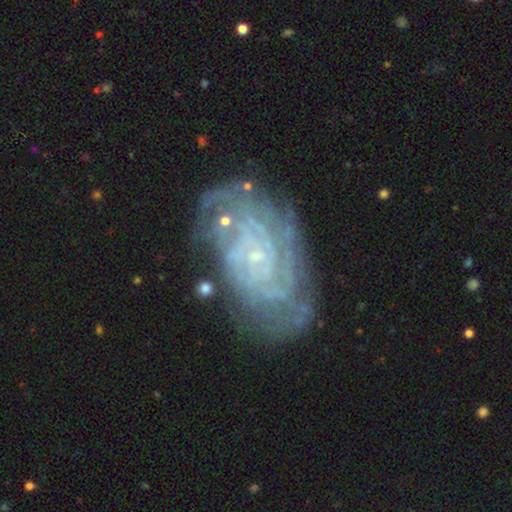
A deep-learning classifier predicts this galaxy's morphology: A featured or disk galaxy (85%) with no bar (72%), tight (78%) spiral arms (96%) and a small central bulge (86%).

Vote fractions:
- Smooth or featured? featured or disk: 85% / smooth: 7% / star or artifact: 7%
- Edge-on disk? no: 96% / yes: 4%
- Bar? no: 72% / weak: 22% / strong: 6%
- Spiral arms? yes: 96% / no: 4%
- Spiral winding? tight: 78% / medium: 18% / loose: 4%
- Spiral arm count? can't tell: 34% / 4: 17% / 2: 16% / 3: 14% / more than 4: 12% / 1: 7%
- Bulge size? small: 86% / moderate: 7% / none: 5% / large: 1% / dominant: 1%
- Merging? none: 68% / minor disturbance: 20% / major disturbance: 8% / merger: 4%